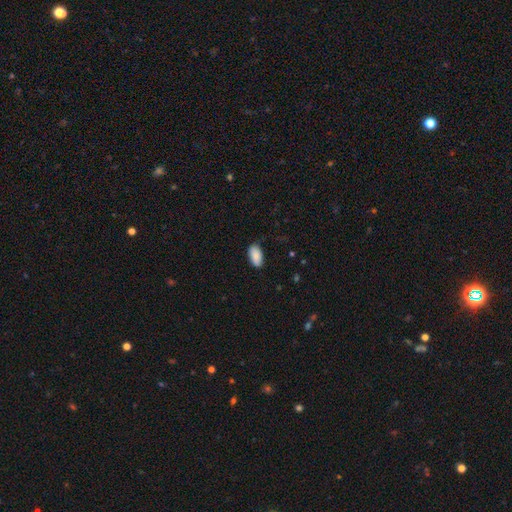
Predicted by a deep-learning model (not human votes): Overall: smooth (89%). How rounded: in between (94%). Merging: none (84%).